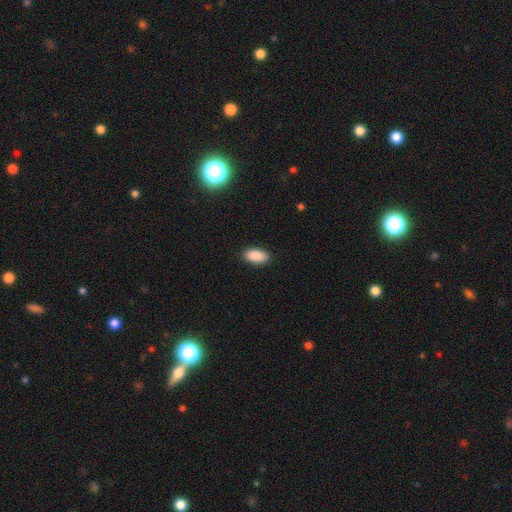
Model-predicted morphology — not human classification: This appears to be a smooth galaxy with no disk features (90%) that is in between round and cigar-shaped (93%). Merging: none (89%).